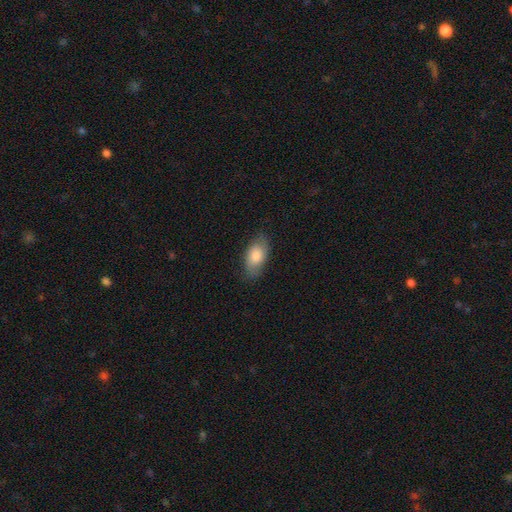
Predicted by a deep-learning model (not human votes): smooth_or_featured: smooth (p=0.77) [alt: featured or disk p=0.17]
how_rounded: in between (p=0.91) [alt: round p=0.05]
merging: none (p=0.78) [alt: minor disturbance p=0.17]